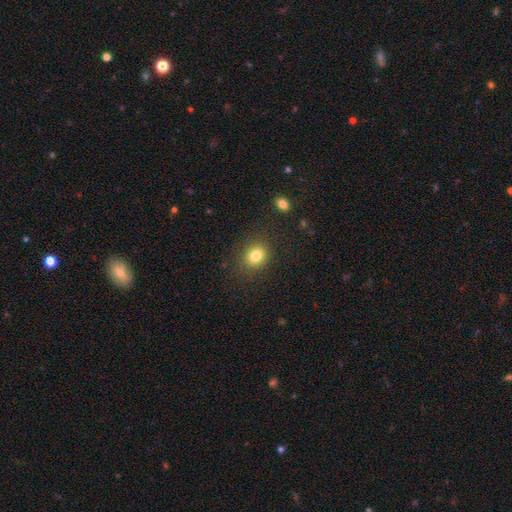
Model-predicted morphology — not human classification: Smooth or featured: smooth — 81% (star or artifact — 12%)
How rounded: round — 69% (in between — 30%)
Merging: none — 86% (minor disturbance — 9%)